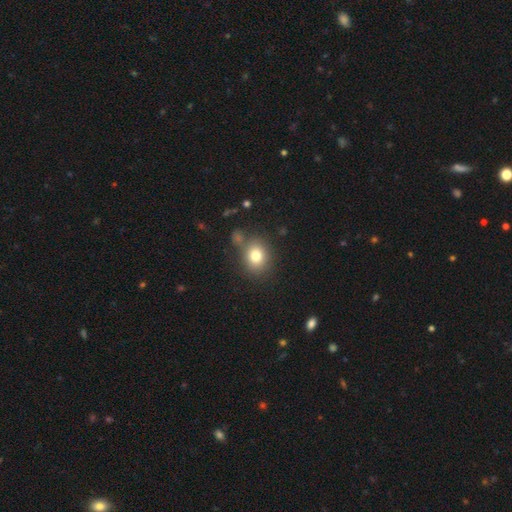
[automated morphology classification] smooth-or-featured: smooth: 79% | star or artifact: 11% | featured or disk: 10%
  how-rounded: round: 62% | in between: 37% | cigar-shaped: 1%
  merging: none: 72% | minor disturbance: 14% | merger: 9% | major disturbance: 5%